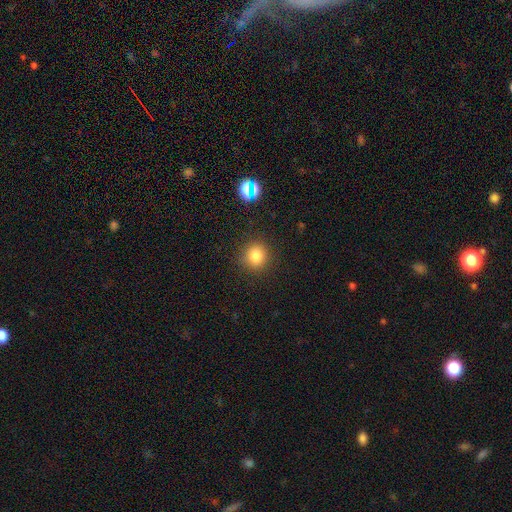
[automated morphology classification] Smooth or featured? Predicted: smooth (p=0.81). How rounded? Predicted: round (p=0.88). Merging? Predicted: none (p=0.88).